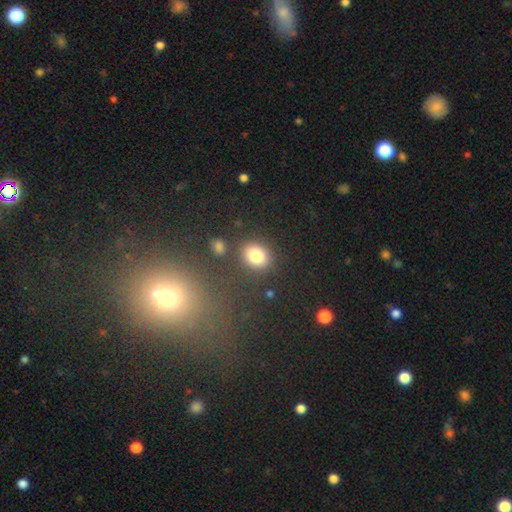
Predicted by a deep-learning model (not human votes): smooth-or-featured: smooth: 80% | star or artifact: 12% | featured or disk: 8%
  how-rounded: round: 53% | in between: 46% | cigar-shaped: 1%
  merging: none: 82% | minor disturbance: 9% | merger: 5% | major disturbance: 3%